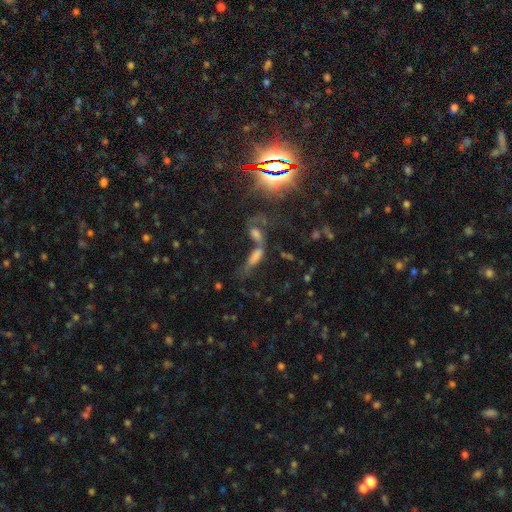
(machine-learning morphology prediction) The model was most divided on "smooth or featured": star or artifact: 51%, featured or disk: 25%, smooth: 24%.